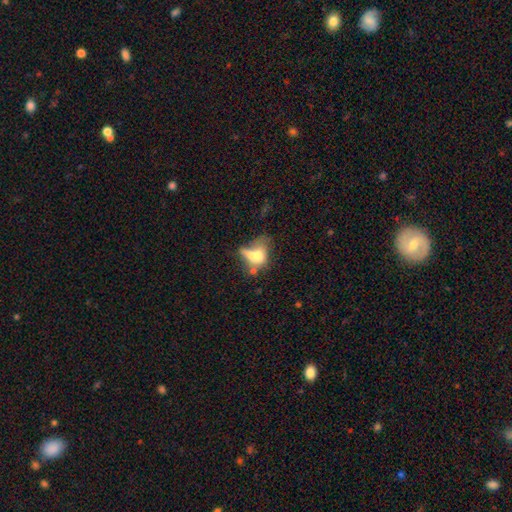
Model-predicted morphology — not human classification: A smooth galaxy with no disk features (58%) that is in between round and cigar-shaped (74%).

Vote fractions:
- Smooth or featured? smooth: 58% / featured or disk: 31% / star or artifact: 11%
- How rounded? in between: 74% / round: 19% / cigar-shaped: 6%
- Merging? merger: 35% / major disturbance: 30% / none: 19% / minor disturbance: 15%